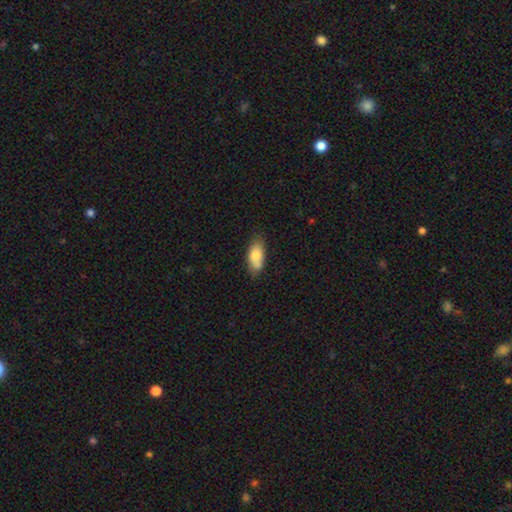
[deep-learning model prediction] Morphology: type=smooth (77%); roundness=in between (86%); merging=none (63%).